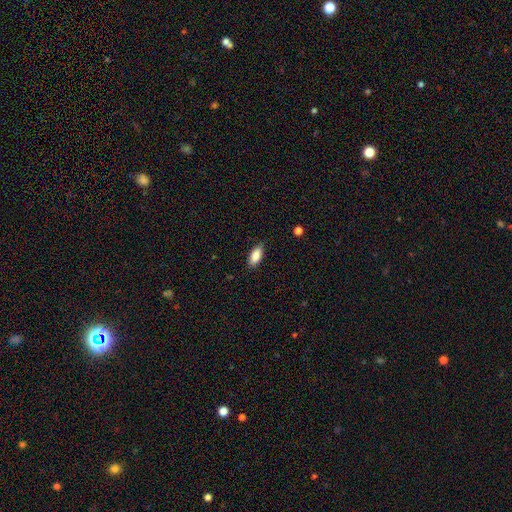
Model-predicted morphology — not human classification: A smooth galaxy with no disk features (86%) that is in between round and cigar-shaped (87%). Merging: none (85%).